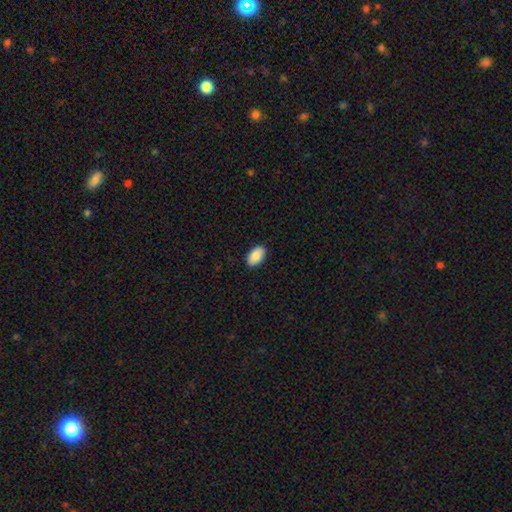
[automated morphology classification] Q: Smooth or featured?
A: smooth (87%); runner-up: star or artifact (6%)
Q: How rounded?
A: in between (94%); runner-up: round (5%)
Q: Merging?
A: none (90%); runner-up: minor disturbance (8%)